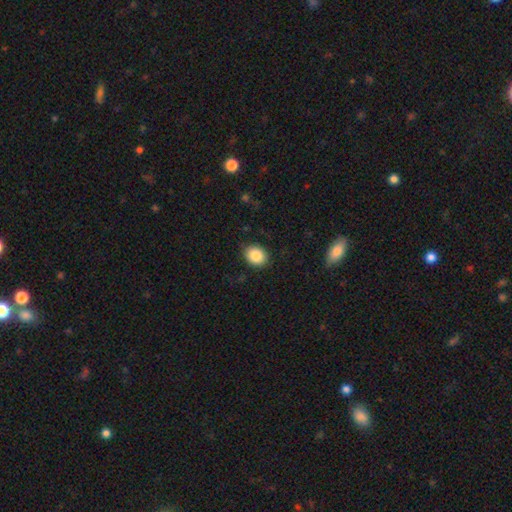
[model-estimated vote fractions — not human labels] A smooth galaxy with no disk features (86%) that is round (50%).

Vote fractions:
- Smooth or featured? smooth: 86% / star or artifact: 8% / featured or disk: 6%
- How rounded? round: 50% / in between: 49% / cigar-shaped: 1%
- Merging? none: 87% / minor disturbance: 10% / major disturbance: 2% / merger: 1%